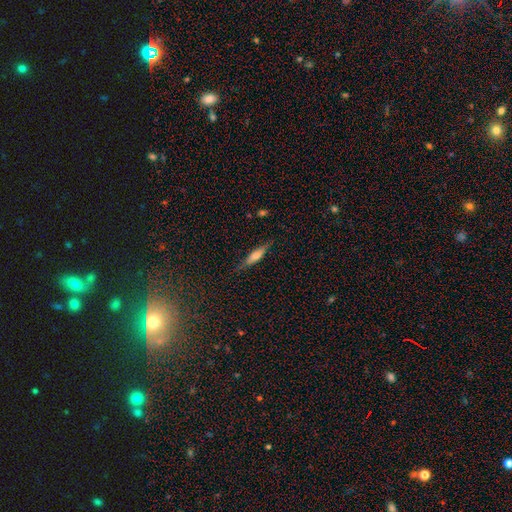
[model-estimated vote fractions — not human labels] The model was most divided on "smooth or featured": smooth: 51%, featured or disk: 41%, star or artifact: 8%. More confident: merging — none (79%); how rounded — cigar-shaped (75%).